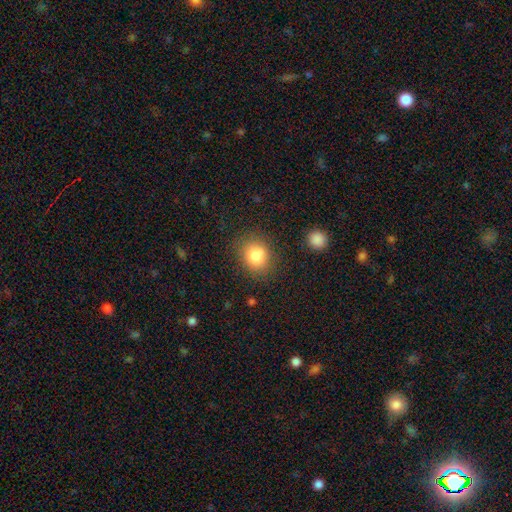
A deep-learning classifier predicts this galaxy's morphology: The model was most divided on "how rounded": round: 63%, in between: 36%, cigar-shaped: 1%. More confident: smooth or featured — smooth (83%); merging — none (81%).